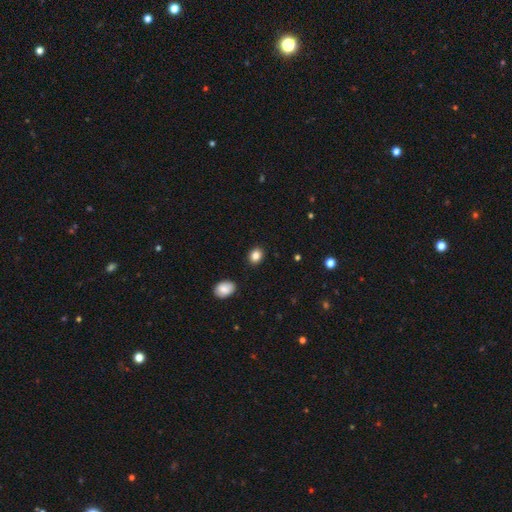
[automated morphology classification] This appears to be a smooth galaxy with no disk features (85%) that is in between round and cigar-shaped (50%). Merging: none (89%).